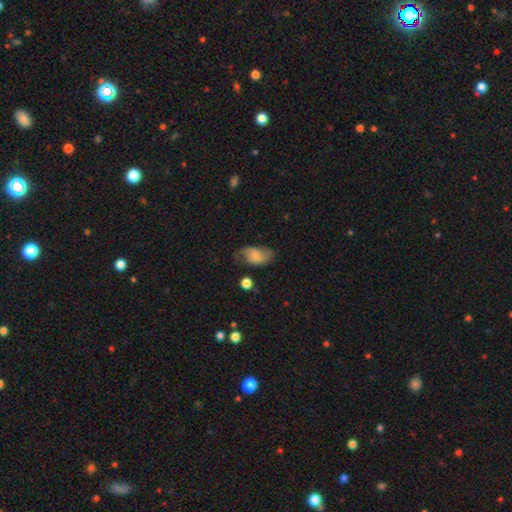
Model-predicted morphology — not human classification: smooth 50%, featured or disk 42%, star or artifact 8%. Down the decision tree: how rounded — in between (88%); merging — none (55%).